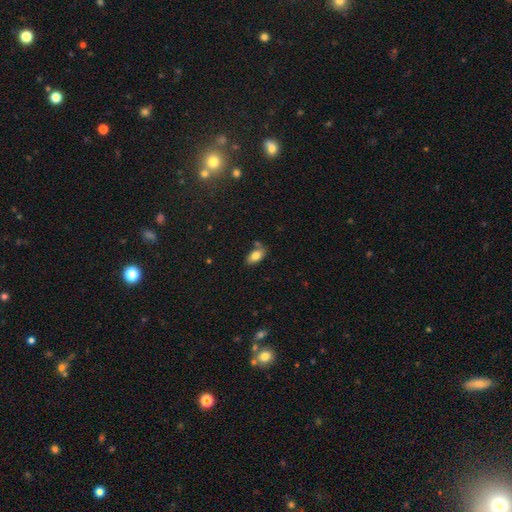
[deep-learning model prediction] Smooth or featured: smooth — 80% (featured or disk — 12%)
How rounded: in between — 92% (round — 4%)
Merging: none — 71% (minor disturbance — 17%)